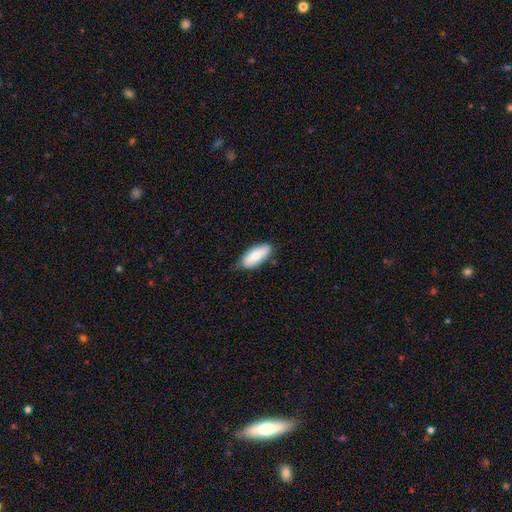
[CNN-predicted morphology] Smooth or featured: smooth — 72% (featured or disk — 22%)
How rounded: in between — 81% (cigar-shaped — 17%)
Merging: none — 75% (minor disturbance — 20%)